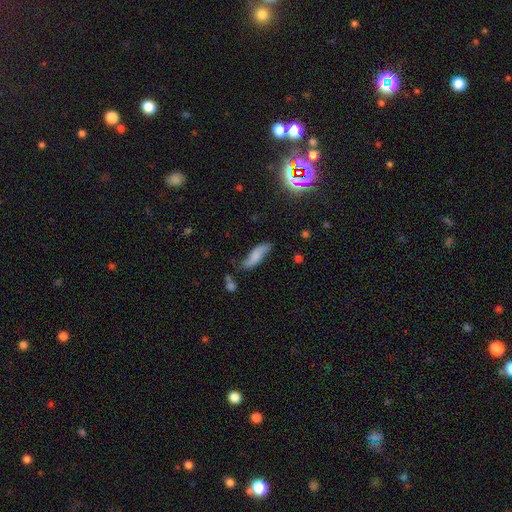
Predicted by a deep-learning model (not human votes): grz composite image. It shows a smooth galaxy with no disk features (67%) that is cigar-shaped (49%, tied with in between). Merging: none (63%).